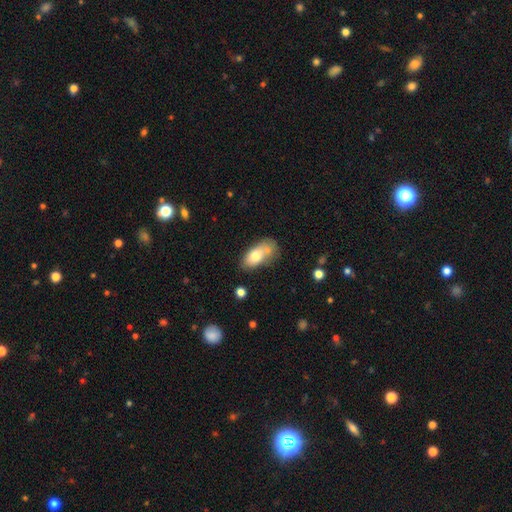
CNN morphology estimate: A smooth galaxy with no disk features (72%) that is in between round and cigar-shaped (88%). Merging: merger (37%).